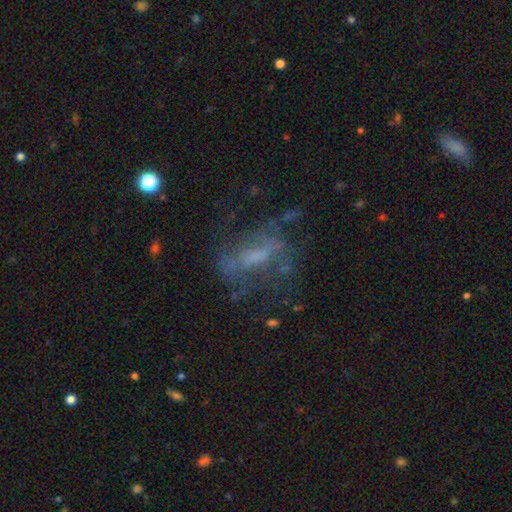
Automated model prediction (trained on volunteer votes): featured or disk 61%, smooth 21%, star or artifact 18%. Down the decision tree: edge-on disk — no (89%); bar — no (39%); spiral arms — yes (51%); bulge size — none (41%); merging — none (50%).